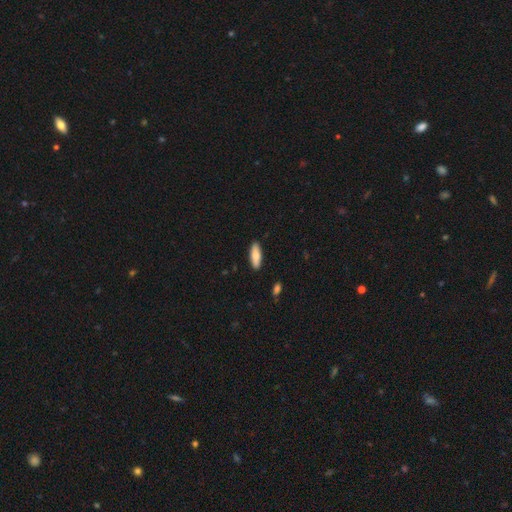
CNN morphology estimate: type=smooth (78%); roundness=in between (59%); merging=none (89%).